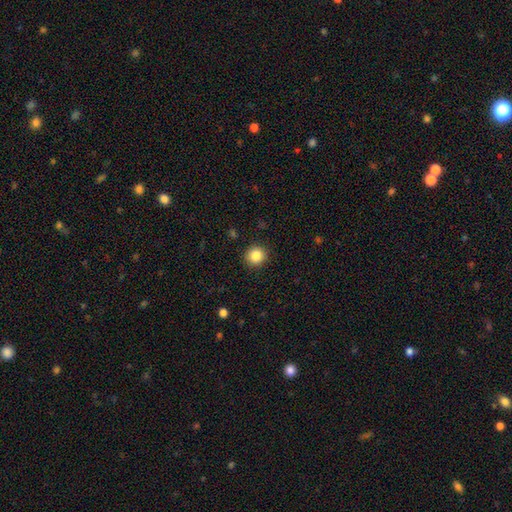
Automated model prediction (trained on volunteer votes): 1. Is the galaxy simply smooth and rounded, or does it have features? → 85% smooth, 10% star or artifact, 5% featured or disk.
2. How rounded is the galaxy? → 92% round, 7% in between, 1% cigar-shaped.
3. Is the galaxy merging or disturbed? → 91% none, 6% minor disturbance, 2% major disturbance, 1% merger.